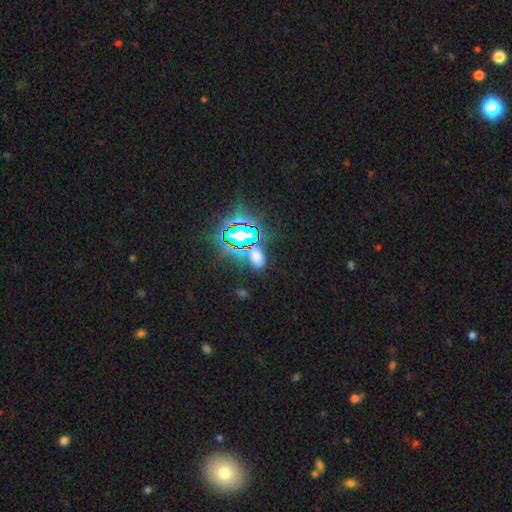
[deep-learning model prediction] smooth-or-featured: star or artifact: 54% | smooth: 38% | featured or disk: 8%